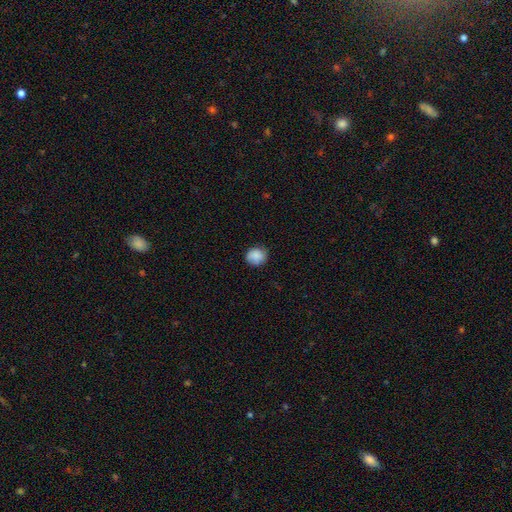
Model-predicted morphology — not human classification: Smooth or featured: smooth — 85% (featured or disk — 8%)
How rounded: round — 80% (in between — 19%)
Merging: none — 80% (minor disturbance — 15%)